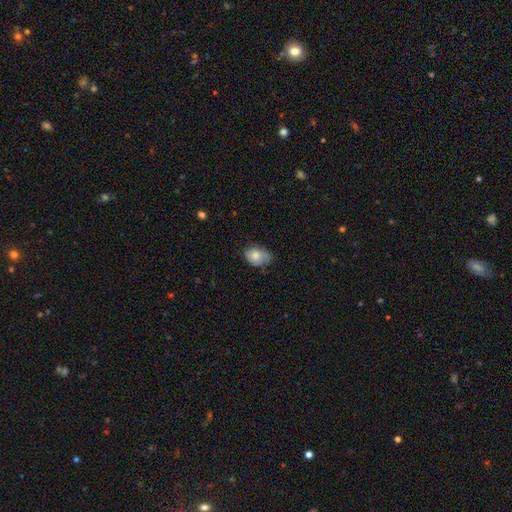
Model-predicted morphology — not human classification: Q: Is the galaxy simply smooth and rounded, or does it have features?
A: smooth — 78%.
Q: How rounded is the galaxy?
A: in between — 78%.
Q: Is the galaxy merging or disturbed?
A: none — 53%.